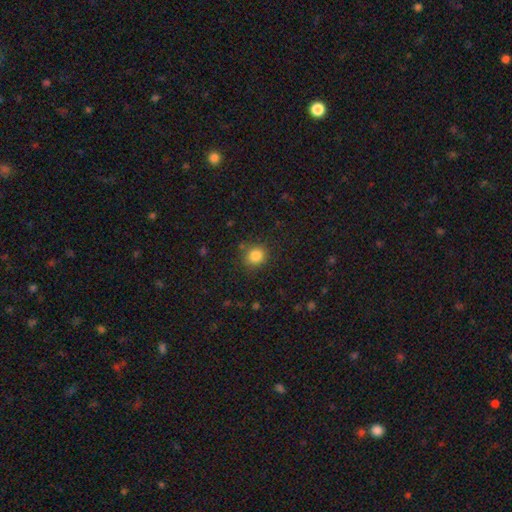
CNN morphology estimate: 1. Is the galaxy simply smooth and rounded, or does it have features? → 84% smooth, 11% star or artifact, 5% featured or disk.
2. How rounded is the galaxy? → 85% round, 14% in between, 1% cigar-shaped.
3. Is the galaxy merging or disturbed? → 84% none, 10% minor disturbance, 3% major disturbance, 2% merger.